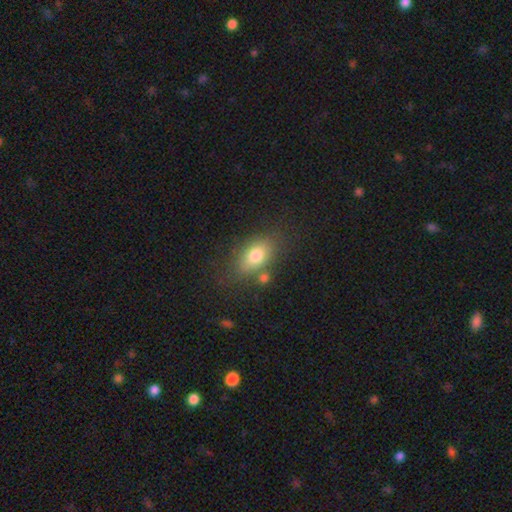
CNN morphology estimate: Smooth or featured: smooth — 76% (featured or disk — 15%)
How rounded: in between — 83% (round — 14%)
Merging: none — 69% (minor disturbance — 16%)